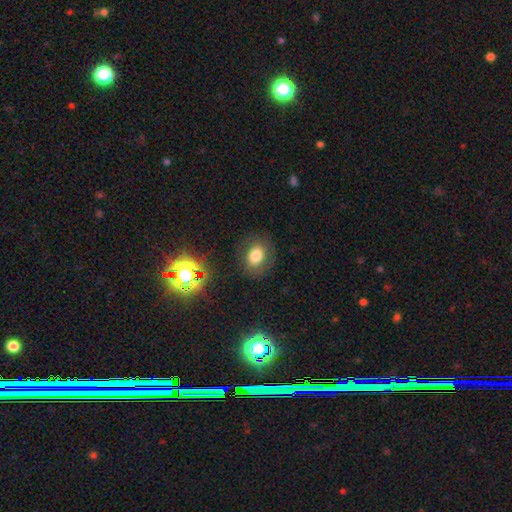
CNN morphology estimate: A smooth galaxy with no disk features (73%) that is in between round and cigar-shaped (56%).

Vote fractions:
- Smooth or featured? smooth: 73% / star or artifact: 14% / featured or disk: 12%
- How rounded? in between: 56% / round: 43% / cigar-shaped: 1%
- Merging? none: 81% / minor disturbance: 12% / major disturbance: 5% / merger: 1%